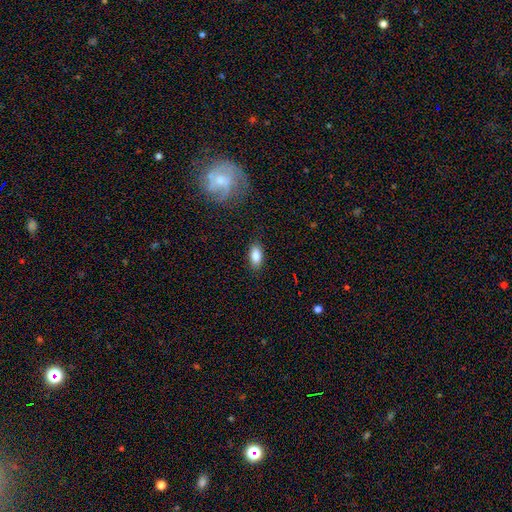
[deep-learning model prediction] smooth-or-featured: smooth: 84% | featured or disk: 8% | star or artifact: 8%
  how-rounded: in between: 89% | cigar-shaped: 7% | round: 4%
  merging: none: 85% | minor disturbance: 11% | major disturbance: 3% | merger: 1%